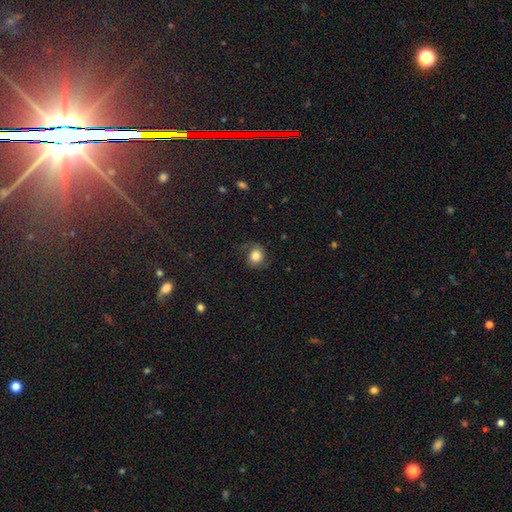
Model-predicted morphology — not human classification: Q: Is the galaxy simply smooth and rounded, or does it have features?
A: smooth — 56%.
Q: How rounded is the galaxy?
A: round — 73%.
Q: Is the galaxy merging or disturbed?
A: none — 72%.